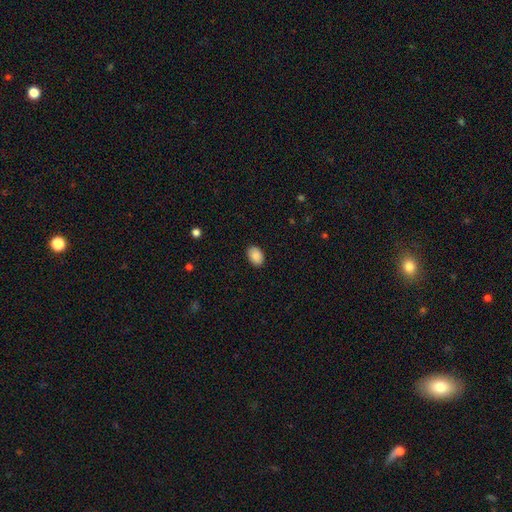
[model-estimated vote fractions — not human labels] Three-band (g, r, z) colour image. It shows a smooth galaxy with no disk features (88%) that is in between round and cigar-shaped (85%). Merging: none (89%).